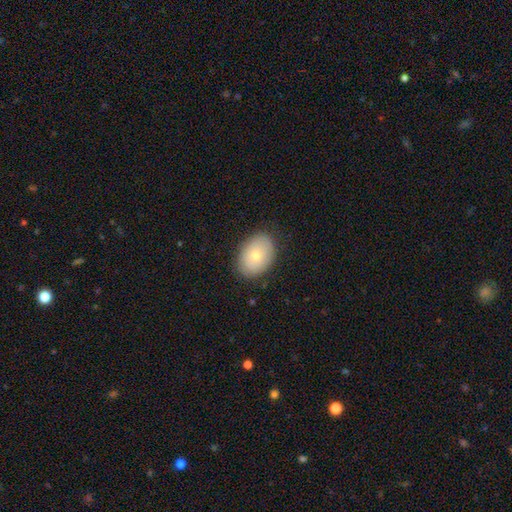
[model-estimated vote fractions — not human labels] The model was most divided on "smooth or featured": smooth: 71%, featured or disk: 22%, star or artifact: 8%. More confident: merging — none (85%); how rounded — in between (75%).